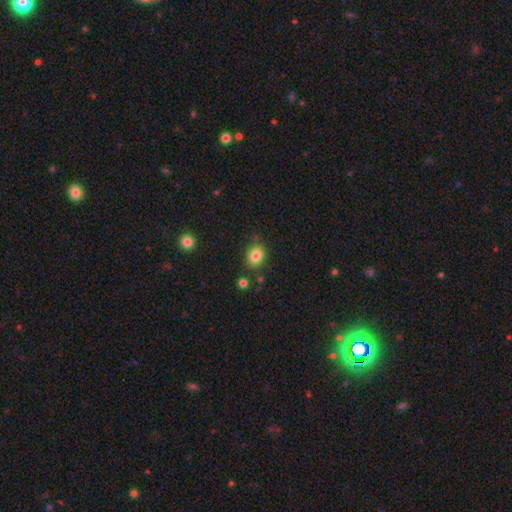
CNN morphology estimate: Smooth or featured? Predicted: smooth (p=0.83). How rounded? Predicted: in between (p=0.52). Merging? Predicted: none (p=0.79).